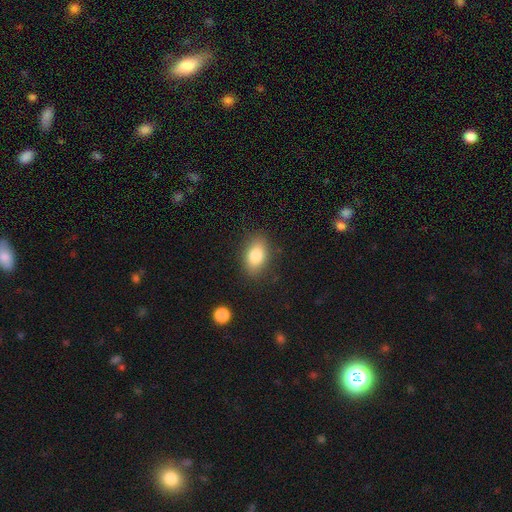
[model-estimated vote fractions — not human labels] This is clearly a smooth galaxy (81%). How rounded: clearly in between (87%). Merging: clearly none (84%).